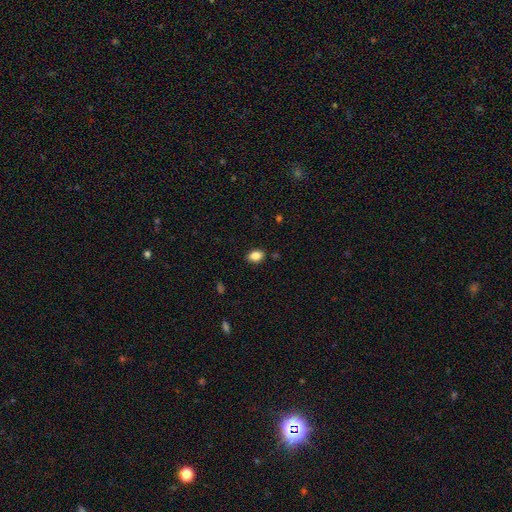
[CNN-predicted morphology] Smooth or featured: smooth — 86% (star or artifact — 9%)
How rounded: in between — 81% (round — 17%)
Merging: none — 86% (minor disturbance — 11%)